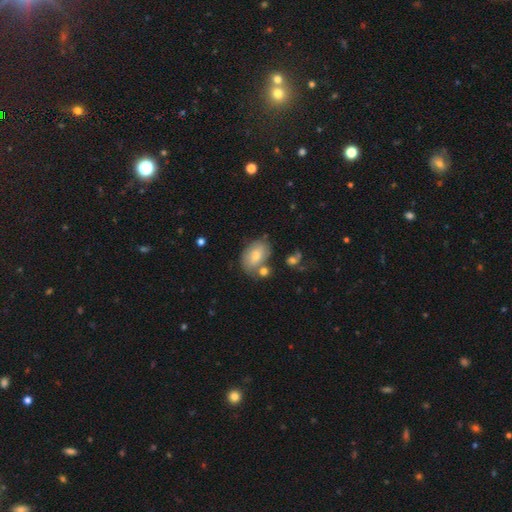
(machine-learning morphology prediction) smooth 70%, featured or disk 23%, star or artifact 8%. Down the decision tree: how rounded — in between (84%); merging — none (58%).